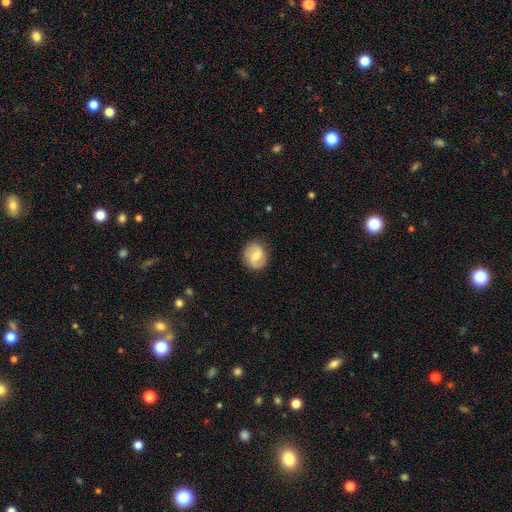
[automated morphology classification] This appears to be a featured or disk galaxy (60%) with a weak bar (54%), 2 (88%) medium (45%) spiral arms (88%) and a moderate central bulge (60%). Merging: none (86%).